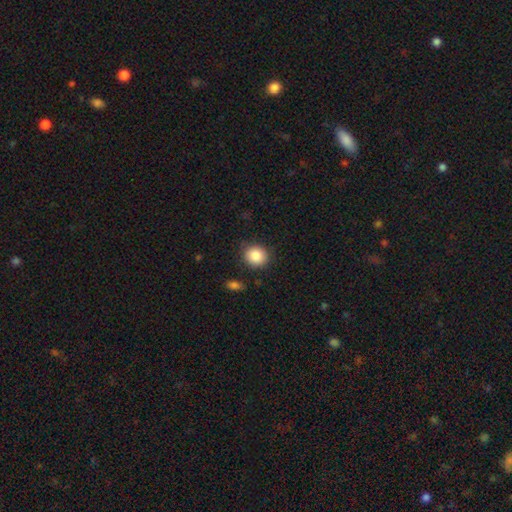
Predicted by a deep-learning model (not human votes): A smooth galaxy with no disk features (86%) that is round (78%). Merging: none (85%).